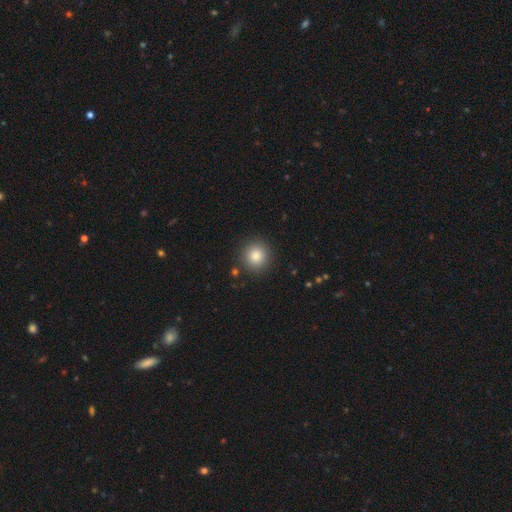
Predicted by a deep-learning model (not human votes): smooth_or_featured: smooth (p=0.84) [alt: star or artifact p=0.10]
how_rounded: round (p=0.93) [alt: in between p=0.06]
merging: none (p=0.90) [alt: minor disturbance p=0.06]